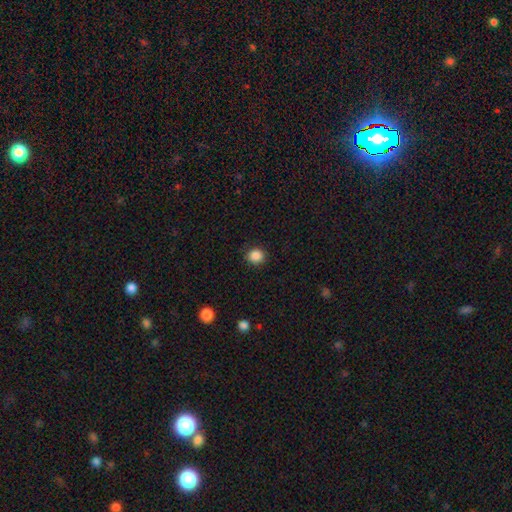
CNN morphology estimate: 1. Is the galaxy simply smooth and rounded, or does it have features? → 86% smooth, 10% star or artifact, 4% featured or disk.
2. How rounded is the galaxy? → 85% round, 14% in between, 1% cigar-shaped.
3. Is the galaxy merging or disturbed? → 89% none, 8% minor disturbance, 2% major disturbance, 1% merger.